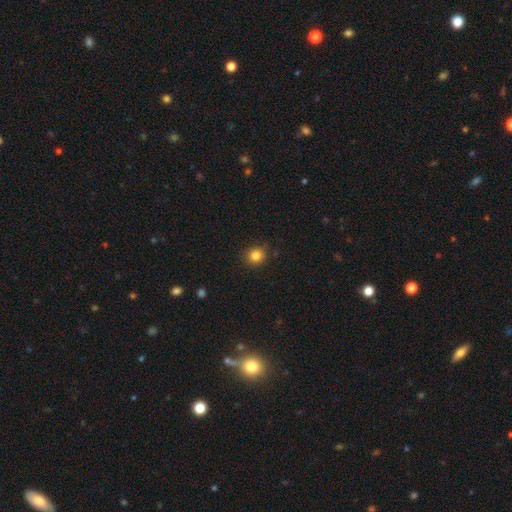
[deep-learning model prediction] The model was most divided on "how rounded": round: 81%, in between: 19%, cigar-shaped: 1%. More confident: merging — none (86%); smooth or featured — smooth (84%).